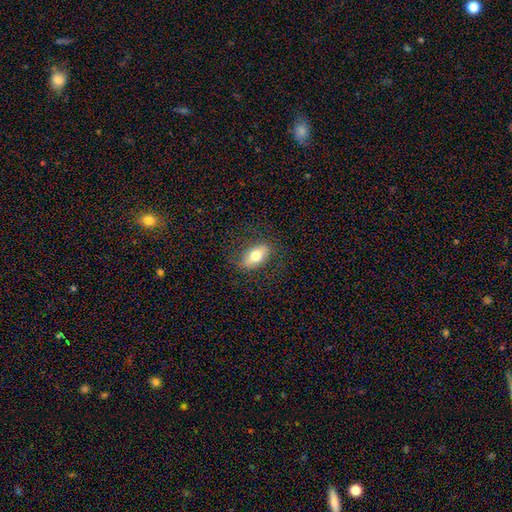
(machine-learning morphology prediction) Smooth or featured: smooth — 68% (featured or disk — 25%)
How rounded: in between — 87% (cigar-shaped — 7%)
Merging: none — 81% (minor disturbance — 13%)